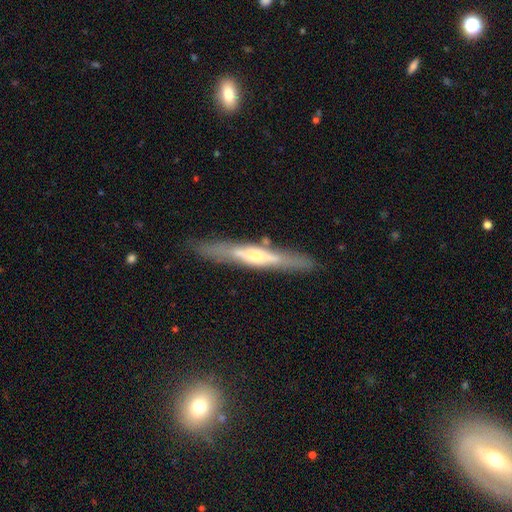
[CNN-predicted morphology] Smooth or featured?
  - featured or disk: 65% *
  - smooth: 29%
  - star or artifact: 6%
Edge-on disk?
  - yes: 91% *
  - no: 9%
Edge-on bulge?
  - rounded: 68% *
  - none: 20%
  - boxy: 12%
Merging?
  - none: 84% *
  - minor disturbance: 11%
  - major disturbance: 3%
  - merger: 3%